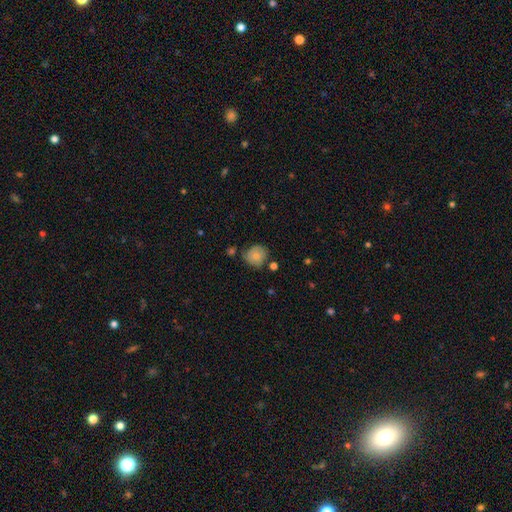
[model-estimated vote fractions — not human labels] Morphology: type=smooth (79%); roundness=round (80%); merging=none (67%).